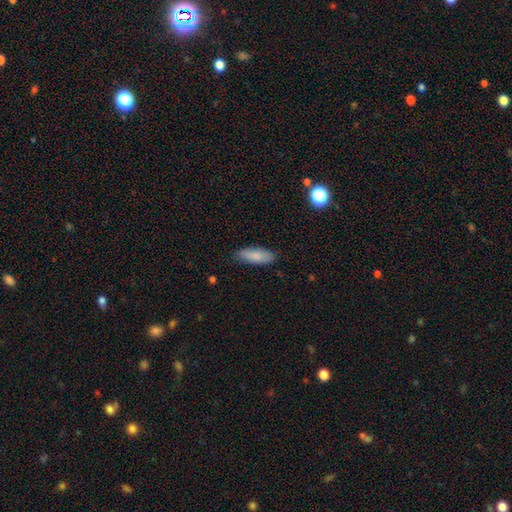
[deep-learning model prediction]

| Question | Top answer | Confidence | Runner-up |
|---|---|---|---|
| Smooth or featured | smooth | 84% | featured or disk (10%) |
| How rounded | in between | 65% | cigar-shaped (33%) |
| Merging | none | 84% | minor disturbance (13%) |